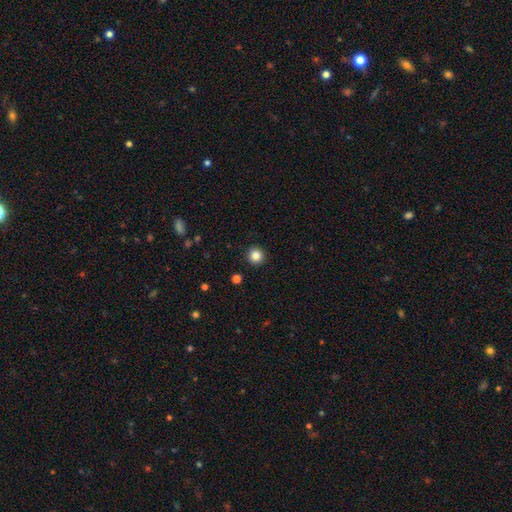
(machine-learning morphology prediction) A smooth galaxy with no disk features (84%) that is round (95%).

Vote fractions:
- Smooth or featured? smooth: 84% / star or artifact: 11% / featured or disk: 5%
- How rounded? round: 95% / in between: 4% / cigar-shaped: 1%
- Merging? none: 93% / minor disturbance: 5% / major disturbance: 2% / merger: 1%